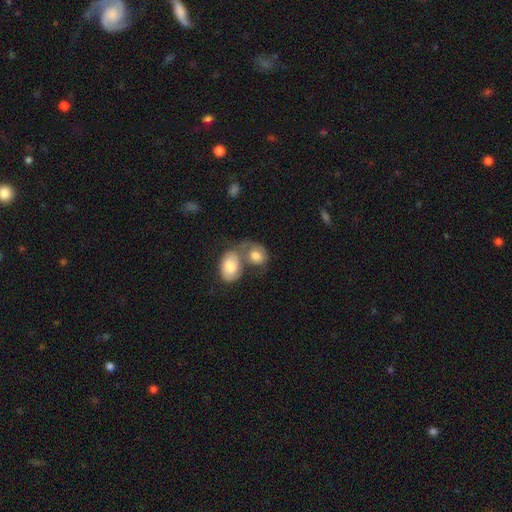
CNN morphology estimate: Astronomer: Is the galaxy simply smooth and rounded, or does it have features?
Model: smooth — 70%.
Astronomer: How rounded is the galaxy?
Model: in between — 66%.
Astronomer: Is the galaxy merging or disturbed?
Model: merger — 62%.